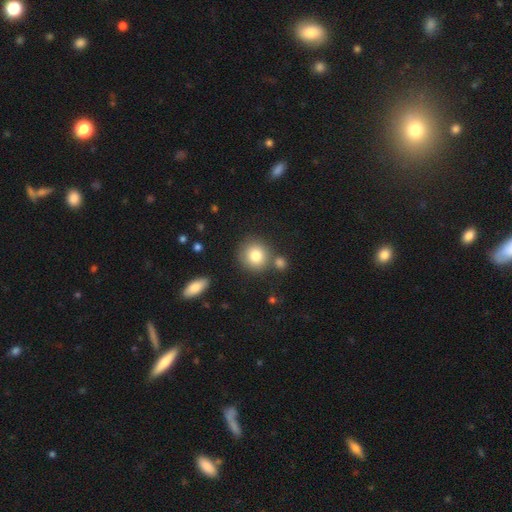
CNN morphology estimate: smooth_or_featured: smooth (p=0.81) [alt: featured or disk p=0.09]
how_rounded: round (p=0.88) [alt: in between p=0.11]
merging: none (p=0.73) [alt: merger p=0.14]